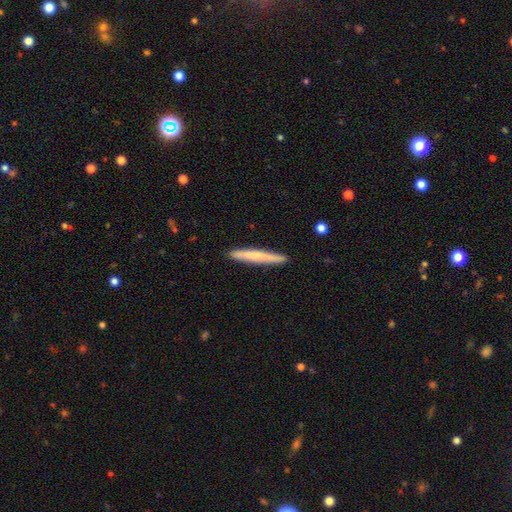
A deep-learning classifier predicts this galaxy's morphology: type=smooth (61%); roundness=cigar-shaped (96%); merging=none (91%).